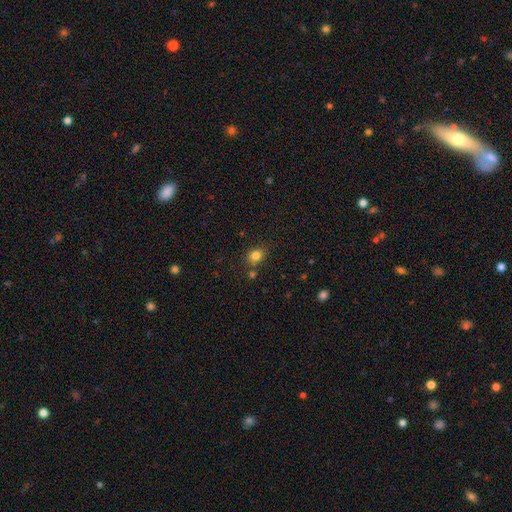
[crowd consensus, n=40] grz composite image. It shows a smooth galaxy with no disk features (85%) that is round (68%). Merging: none (72%).